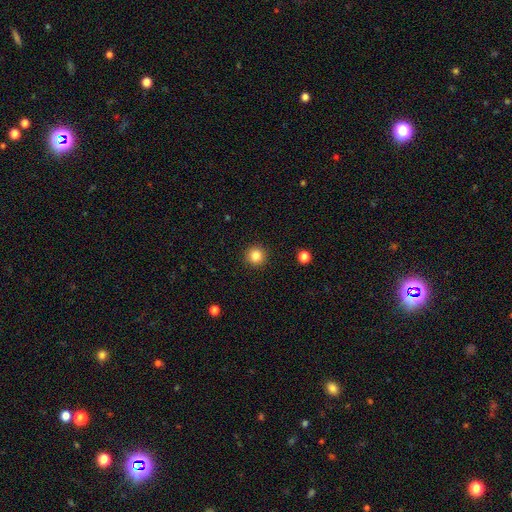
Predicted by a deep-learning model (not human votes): The model was most divided on "smooth or featured": smooth: 85%, star or artifact: 11%, featured or disk: 4%. More confident: how rounded — round (96%); merging — none (93%).